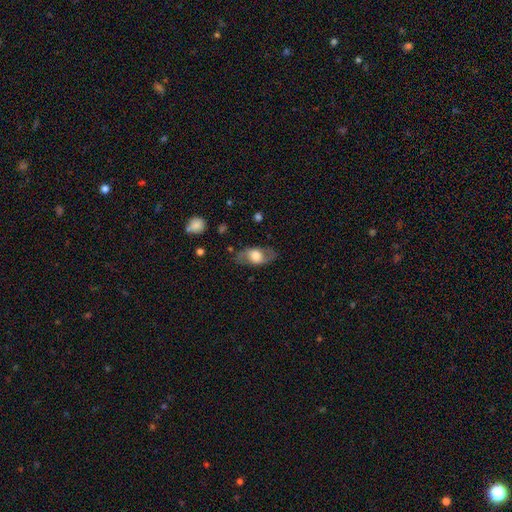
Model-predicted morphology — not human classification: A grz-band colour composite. It shows a featured or disk galaxy (50%). Merging: none (76%).